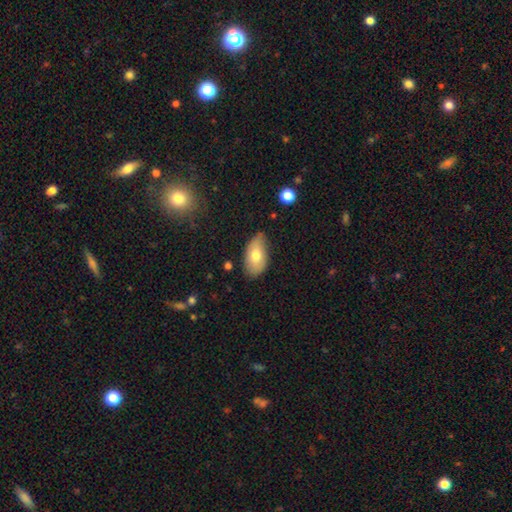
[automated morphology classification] Q: Smooth or featured?
A: smooth (71%); runner-up: featured or disk (22%)
Q: How rounded?
A: in between (93%); runner-up: round (4%)
Q: Merging?
A: none (66%); runner-up: minor disturbance (27%)